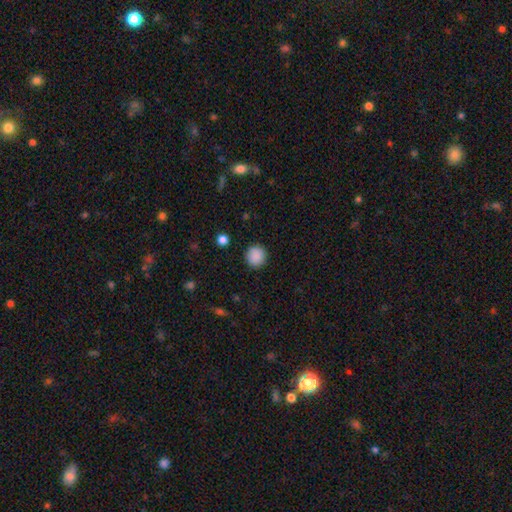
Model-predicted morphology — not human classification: A smooth galaxy with no disk features (89%) that is round (93%). Merging: none (91%).